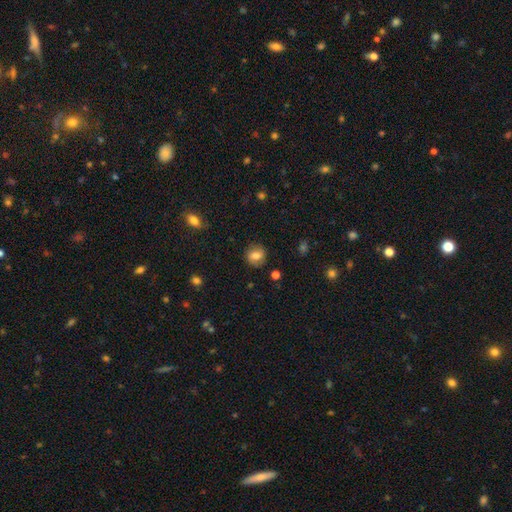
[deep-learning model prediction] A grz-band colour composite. It shows a smooth galaxy with no disk features (76%) that is round (78%). Merging: none (85%).